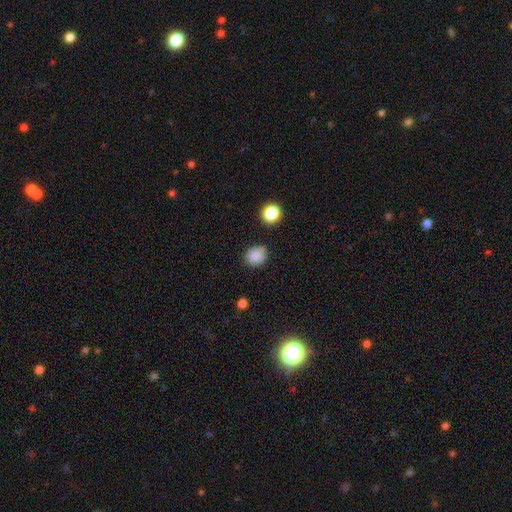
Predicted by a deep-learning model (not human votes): smooth 85%, star or artifact 11%, featured or disk 4%. Down the decision tree: how rounded — round (84%); merging — none (77%).